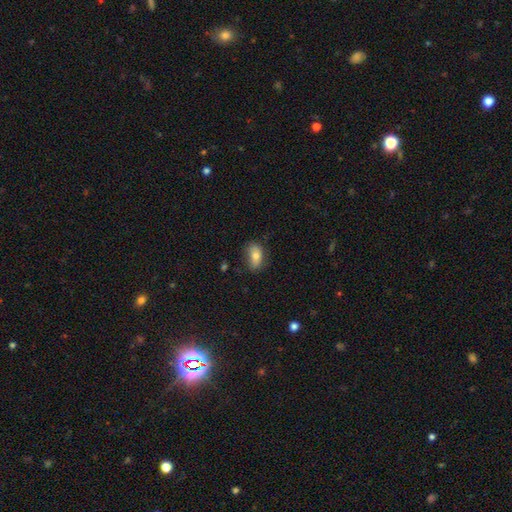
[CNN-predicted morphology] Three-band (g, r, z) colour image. It shows a smooth galaxy with no disk features (75%) that is in between round and cigar-shaped (87%). Merging: none (68%).